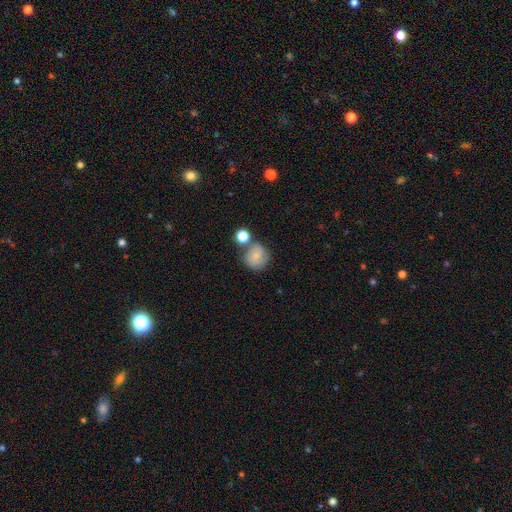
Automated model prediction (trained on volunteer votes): A smooth galaxy with no disk features (72%) that is round (85%).

Vote fractions:
- Smooth or featured? smooth: 72% / featured or disk: 18% / star or artifact: 10%
- How rounded? round: 85% / in between: 14% / cigar-shaped: 1%
- Merging? none: 54% / merger: 21% / minor disturbance: 18% / major disturbance: 6%